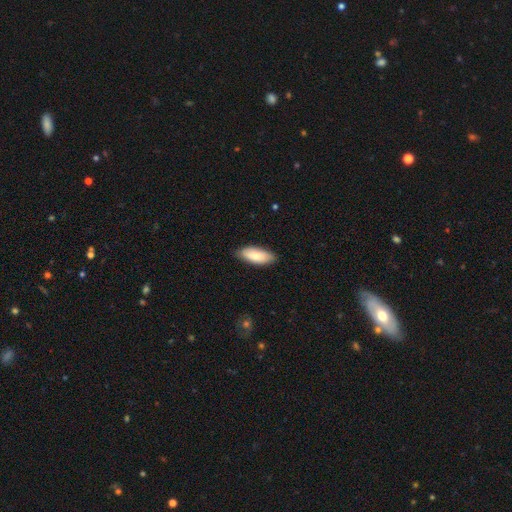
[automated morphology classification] A smooth galaxy with no disk features (79%) that is in between round and cigar-shaped (81%).

Vote fractions:
- Smooth or featured? smooth: 79% / featured or disk: 15% / star or artifact: 6%
- How rounded? in between: 81% / cigar-shaped: 17% / round: 2%
- Merging? none: 83% / minor disturbance: 14% / major disturbance: 2% / merger: 1%